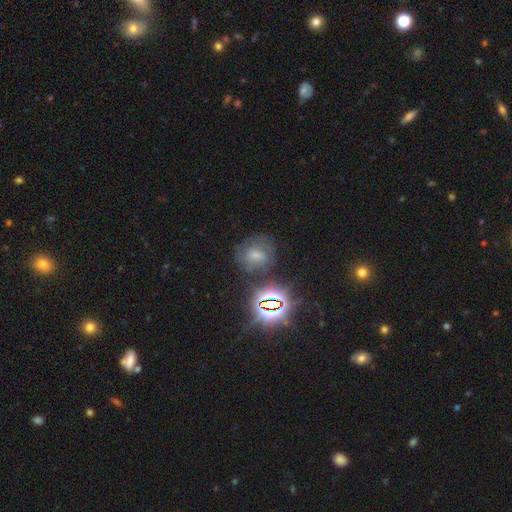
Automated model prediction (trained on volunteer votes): A smooth galaxy with no disk features (41%). Merging: none (61%).